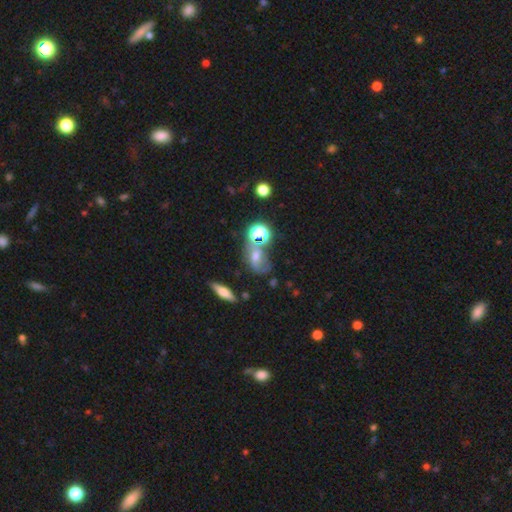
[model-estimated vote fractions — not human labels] This is marginally a smooth galaxy (38%). Merging: possibly none (46%).